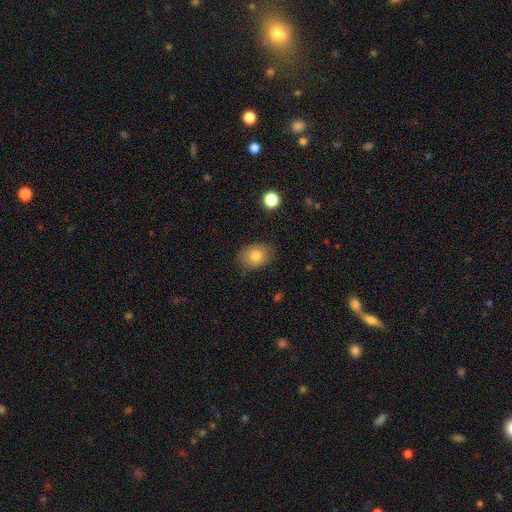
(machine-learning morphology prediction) This appears to be a smooth galaxy with no disk features (78%) that is in between round and cigar-shaped (60%). Merging: none (81%).